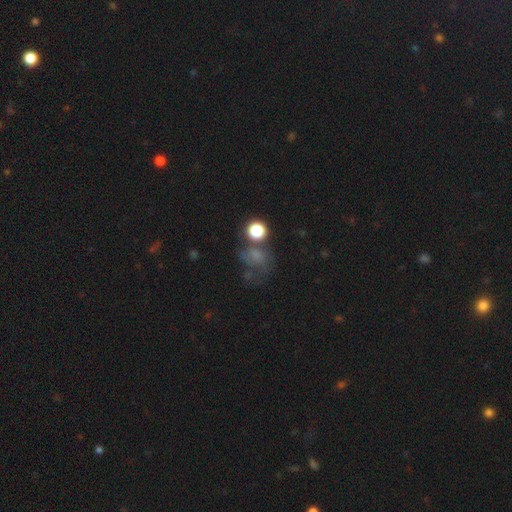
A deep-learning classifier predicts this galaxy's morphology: Smooth or featured? Predicted: smooth (p=0.55). How rounded? Predicted: round (p=0.65). Merging? Predicted: none (p=0.40).